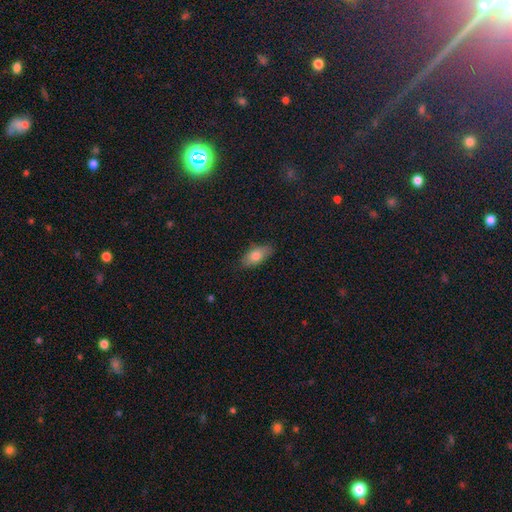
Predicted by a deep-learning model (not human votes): A smooth galaxy with no disk features (77%) that is in between round and cigar-shaped (87%).

Vote fractions:
- Smooth or featured? smooth: 77% / featured or disk: 16% / star or artifact: 7%
- How rounded? in between: 87% / cigar-shaped: 10% / round: 4%
- Merging? none: 83% / minor disturbance: 14% / major disturbance: 3% / merger: 1%